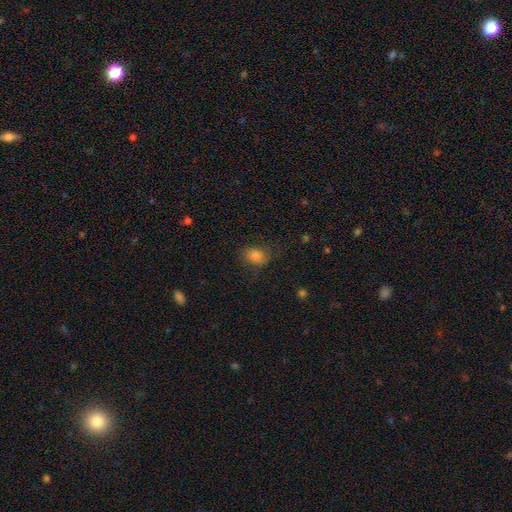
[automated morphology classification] A smooth galaxy with no disk features (80%) that is in between round and cigar-shaped (61%). Merging: none (73%).